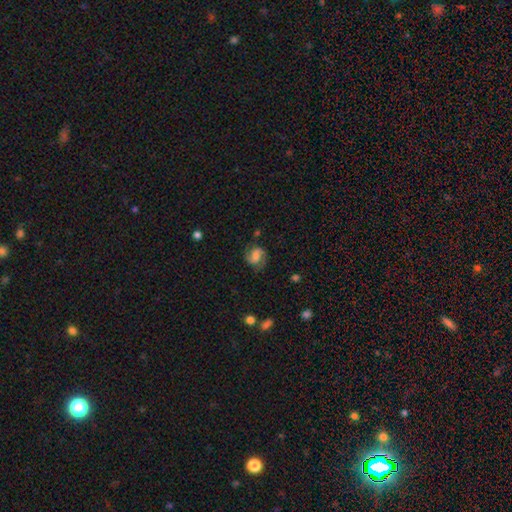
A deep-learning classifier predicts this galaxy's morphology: Smooth or featured: featured or disk — 69% (smooth — 23%)
Edge-on disk: no — 98% (yes — 2%)
Bar: weak — 47% (no — 34%)
Spiral arms: yes — 94% (no — 6%)
Spiral winding: medium — 51% (loose — 27%)
Spiral arm count: 2 — 89% (can't tell — 5%)
Bulge size: moderate — 34% (small — 26%)
Merging: none — 74% (minor disturbance — 16%)